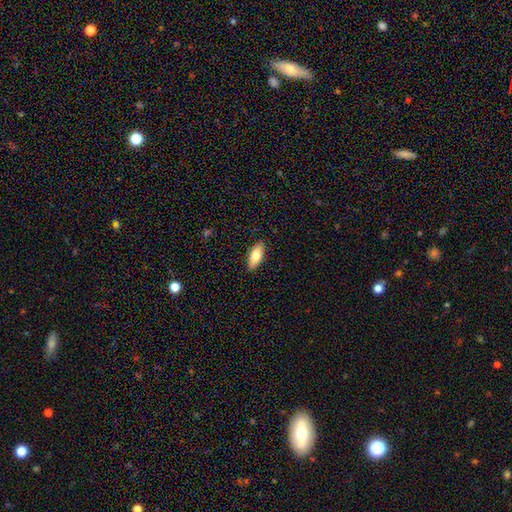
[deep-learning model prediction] This is likely a smooth galaxy (76%). How rounded: clearly in between (83%). Merging: clearly none (89%).